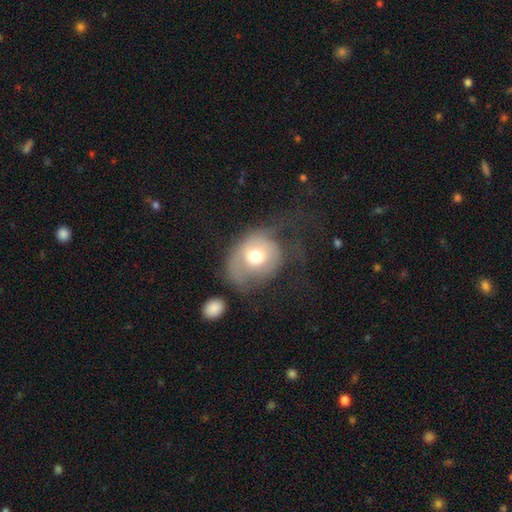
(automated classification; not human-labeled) A smooth galaxy with no disk features (57%) that is round (66%). Merging: major disturbance (49%).